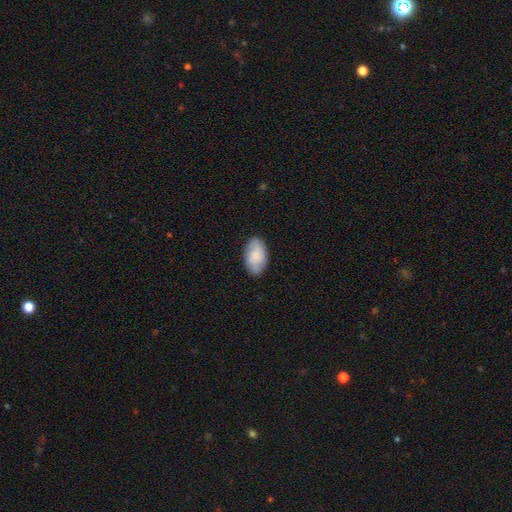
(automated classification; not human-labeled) Smooth or featured: smooth — 63% (featured or disk — 30%)
How rounded: in between — 94% (round — 5%)
Merging: none — 79% (minor disturbance — 16%)